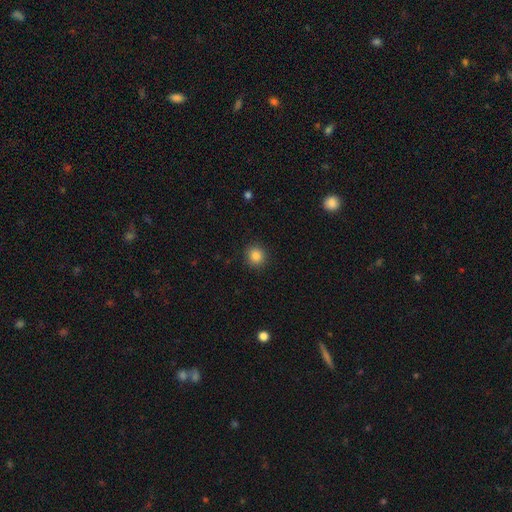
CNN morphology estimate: smooth_or_featured: smooth (p=0.86) [alt: star or artifact p=0.11]
how_rounded: round (p=0.90) [alt: in between p=0.09]
merging: none (p=0.91) [alt: minor disturbance p=0.06]